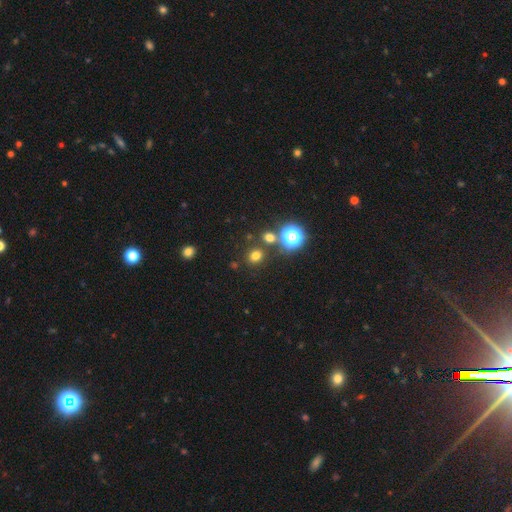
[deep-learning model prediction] A smooth galaxy with no disk features (71%) that is round (79%).

Vote fractions:
- Smooth or featured? smooth: 71% / star or artifact: 23% / featured or disk: 6%
- How rounded? round: 79% / in between: 20% / cigar-shaped: 1%
- Merging? none: 81% / merger: 8% / minor disturbance: 8% / major disturbance: 3%